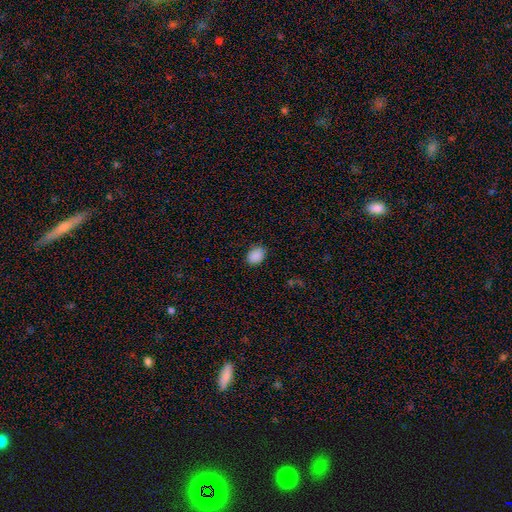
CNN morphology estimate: The model was most divided on "how rounded": in between: 64%, round: 36%, cigar-shaped: 1%. More confident: smooth or featured — smooth (89%); merging — none (85%).